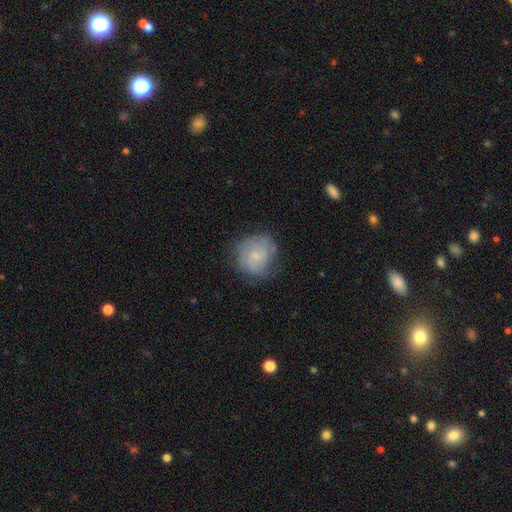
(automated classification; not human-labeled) smooth_or_featured: featured or disk (p=0.53) [alt: smooth p=0.39]
disk_edge_on: no (p=0.98) [alt: yes p=0.02]
bar: no (p=0.73) [alt: weak p=0.24]
has_spiral_arms: yes (p=0.82) [alt: no p=0.18]
bulge_size: small (p=0.68) [alt: moderate p=0.17]
merging: none (p=0.68) [alt: minor disturbance p=0.22]